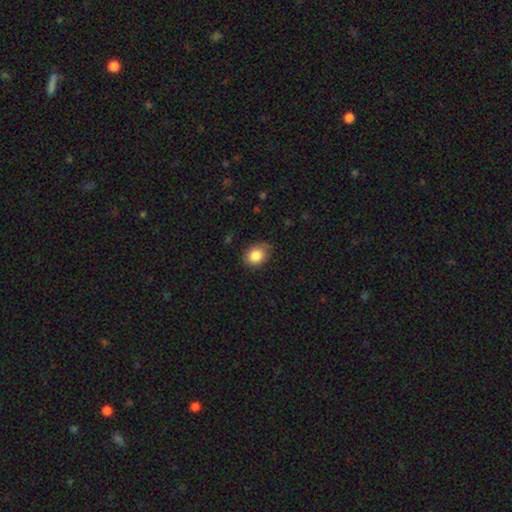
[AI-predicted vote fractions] smooth 84%, star or artifact 8%, featured or disk 8%. Down the decision tree: how rounded — in between (58%); merging — none (73%).